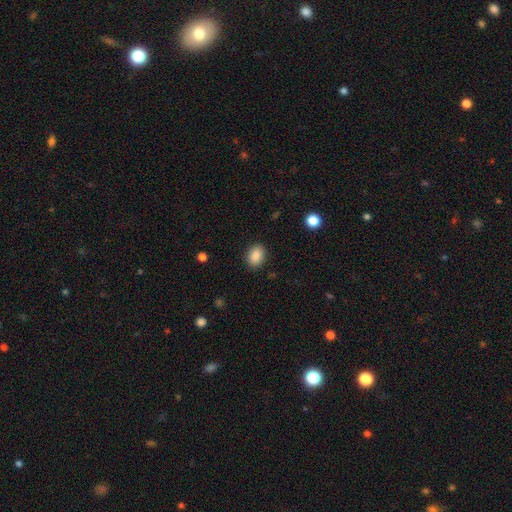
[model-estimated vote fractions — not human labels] Q: Smooth or featured?
A: smooth (88%); runner-up: star or artifact (8%)
Q: How rounded?
A: in between (71%); runner-up: round (28%)
Q: Merging?
A: none (88%); runner-up: minor disturbance (8%)